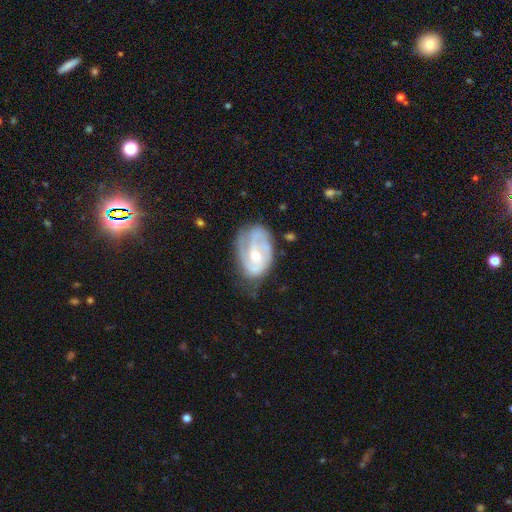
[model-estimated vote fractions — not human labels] featured or disk 80%, smooth 15%, star or artifact 5%. Down the decision tree: edge-on disk — no (97%); bar — no (60%); spiral arms — yes (92%); spiral arm count — 2 (41%); spiral winding — tight (50%); bulge size — moderate (53%); merging — none (55%).